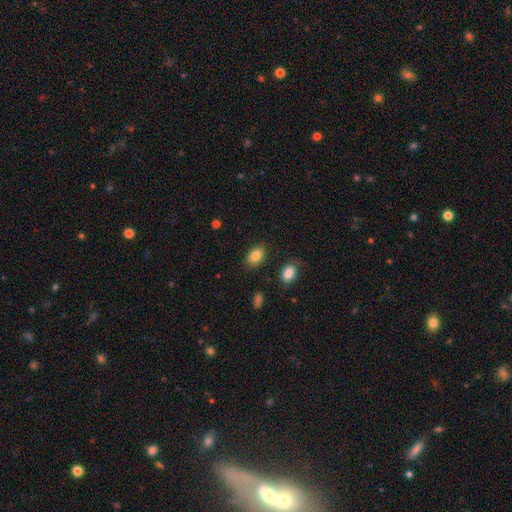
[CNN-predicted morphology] Smooth or featured? smooth (84%)
How rounded? in between (85%)
Merging? none (84%)